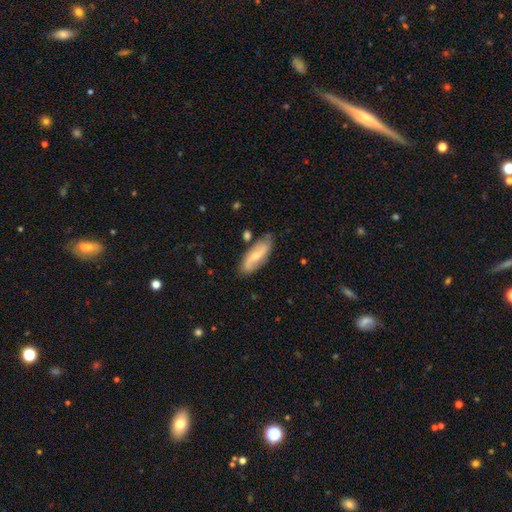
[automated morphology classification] featured or disk 56%, smooth 38%, star or artifact 6%. Down the decision tree: edge-on disk — no (84%); merging — none (78%).